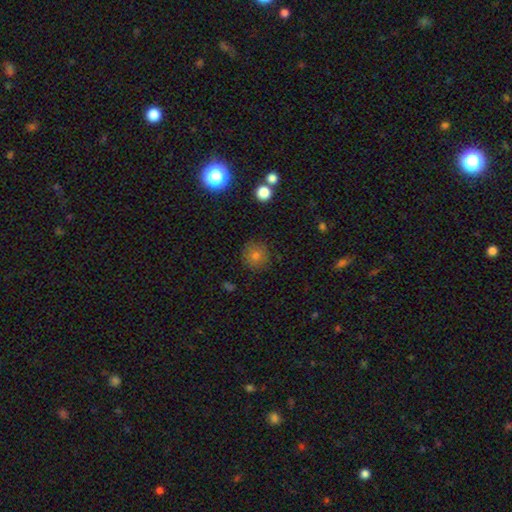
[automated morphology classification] type=smooth (75%); roundness=round (93%); merging=none (87%).